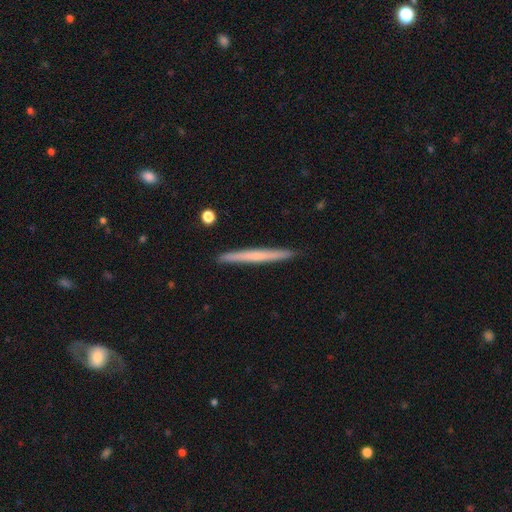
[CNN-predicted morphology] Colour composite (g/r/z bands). It shows a smooth galaxy with no disk features (50%) that is cigar-shaped (97%). Merging: none (92%).